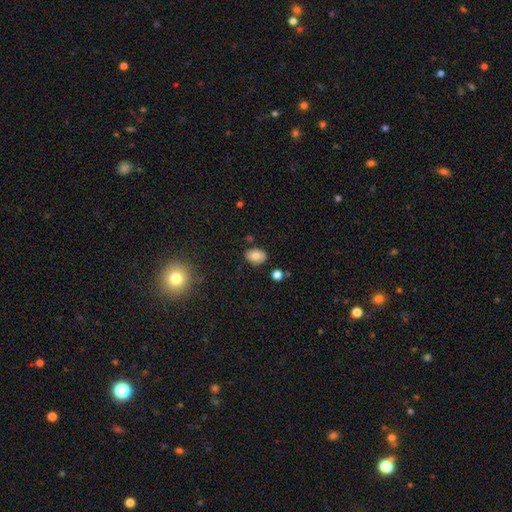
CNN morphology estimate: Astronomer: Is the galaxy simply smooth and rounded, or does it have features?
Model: smooth — 78%.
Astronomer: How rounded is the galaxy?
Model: in between — 73%.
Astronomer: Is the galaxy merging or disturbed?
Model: none — 82%.